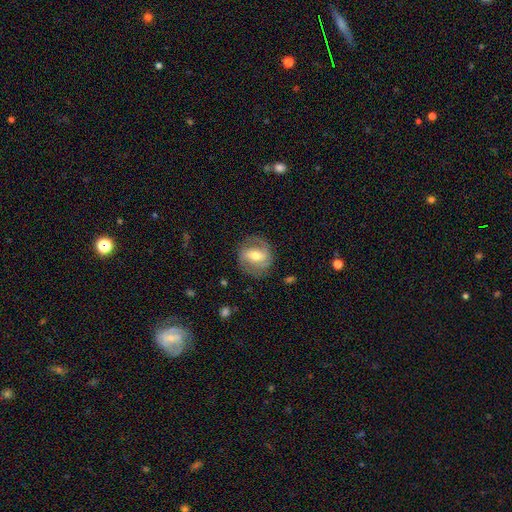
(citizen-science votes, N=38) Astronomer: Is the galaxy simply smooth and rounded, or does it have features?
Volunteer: featured or disk — 63%.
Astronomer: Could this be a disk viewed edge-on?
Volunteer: no — 100%.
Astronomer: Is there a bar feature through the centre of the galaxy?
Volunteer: strong — 33%, tied with weak and no at 33%.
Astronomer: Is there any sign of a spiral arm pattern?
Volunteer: yes — 79%.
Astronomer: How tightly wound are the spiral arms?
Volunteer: tight — 42%, tied with medium at 42%.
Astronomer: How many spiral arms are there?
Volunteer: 2 — 53%.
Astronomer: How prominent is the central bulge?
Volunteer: moderate — 83%.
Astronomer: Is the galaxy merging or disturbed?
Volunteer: none — 81%.